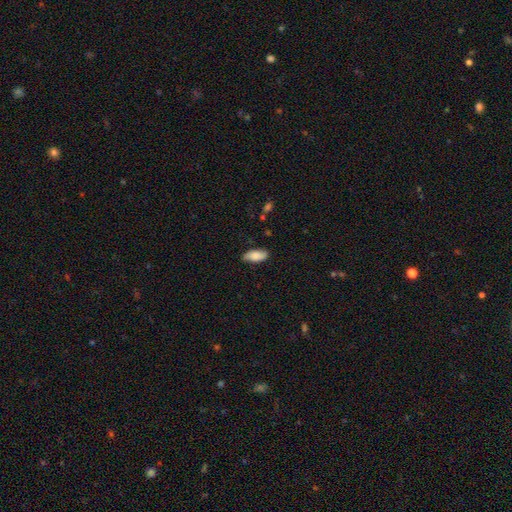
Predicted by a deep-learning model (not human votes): smooth_or_featured: smooth (p=0.84) [alt: featured or disk p=0.10]
how_rounded: in between (p=0.86) [alt: cigar-shaped p=0.12]
merging: none (p=0.81) [alt: minor disturbance p=0.15]